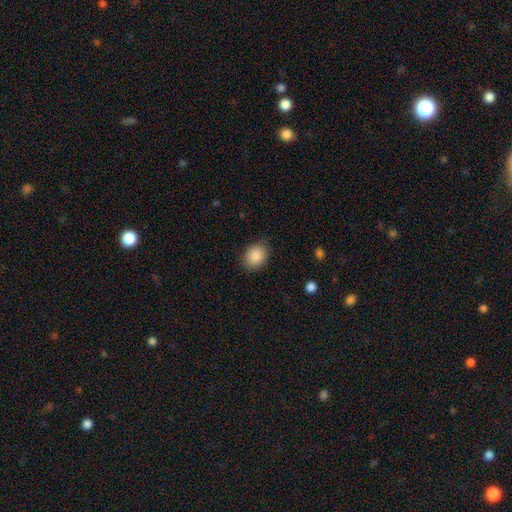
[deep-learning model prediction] smooth-or-featured: smooth: 89% | star or artifact: 7% | featured or disk: 4%
  how-rounded: in between: 58% | round: 41% | cigar-shaped: 1%
  merging: none: 84% | minor disturbance: 12% | major disturbance: 3% | merger: 1%